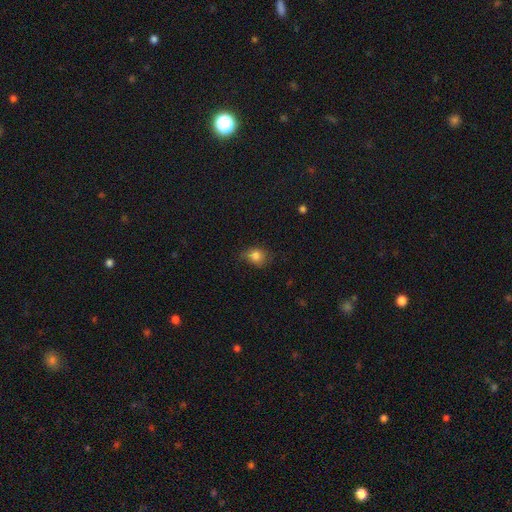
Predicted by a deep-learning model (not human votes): This is clearly a smooth galaxy (81%). How rounded: possibly round (58%). Merging: possibly none (59%).